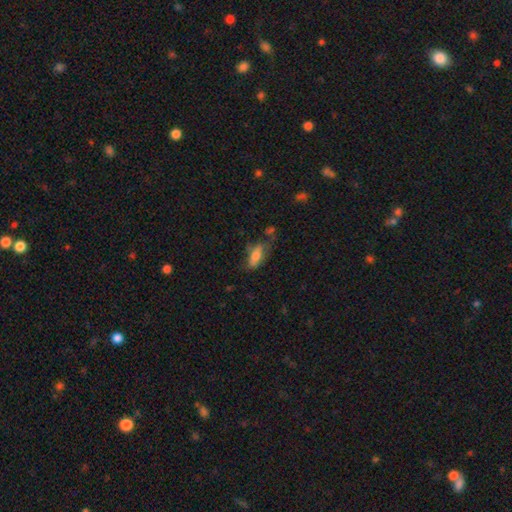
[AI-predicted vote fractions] Smooth or featured? Predicted: smooth (p=0.70). How rounded? Predicted: in between (p=0.74). Merging? Predicted: none (p=0.53).